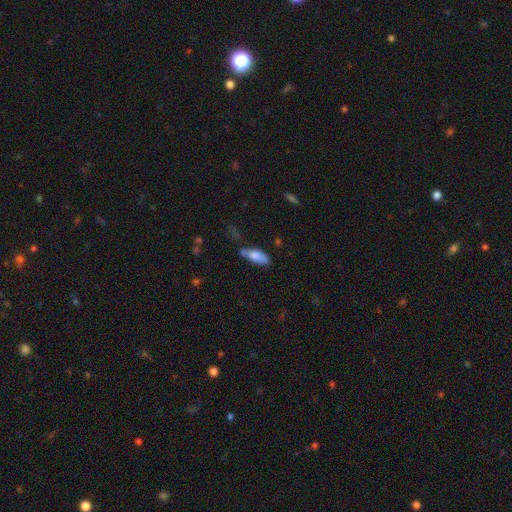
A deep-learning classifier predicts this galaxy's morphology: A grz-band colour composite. It shows a smooth galaxy with no disk features (79%) that is in between round and cigar-shaped (76%). Merging: none (45%).